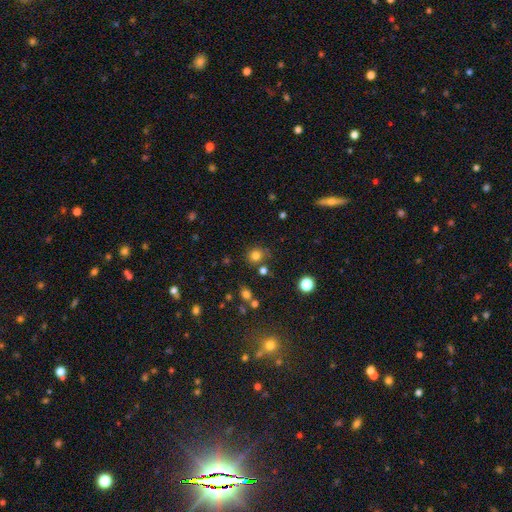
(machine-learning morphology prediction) Overall: smooth (79%). How rounded: round (85%). Merging: none (74%).